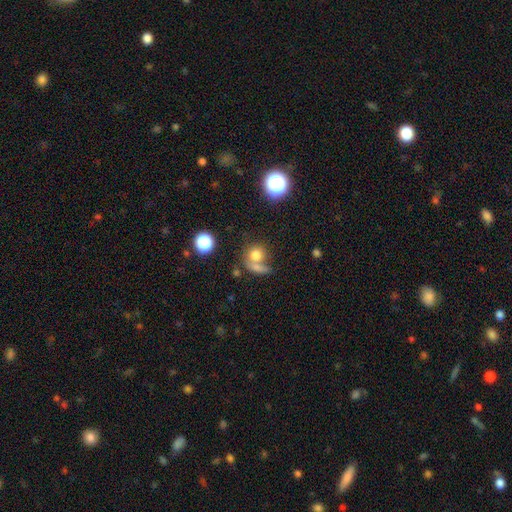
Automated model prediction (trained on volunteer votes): This appears to be a smooth galaxy with no disk features (74%) that is round (79%). Merging: none (47%).